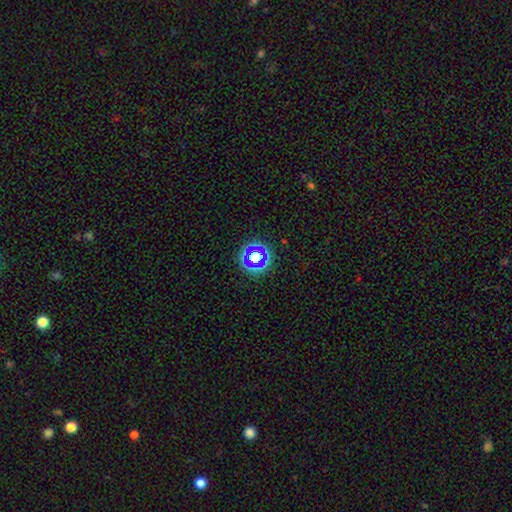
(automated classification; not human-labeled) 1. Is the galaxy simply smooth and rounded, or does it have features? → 48% star or artifact, 37% smooth, 15% featured or disk.